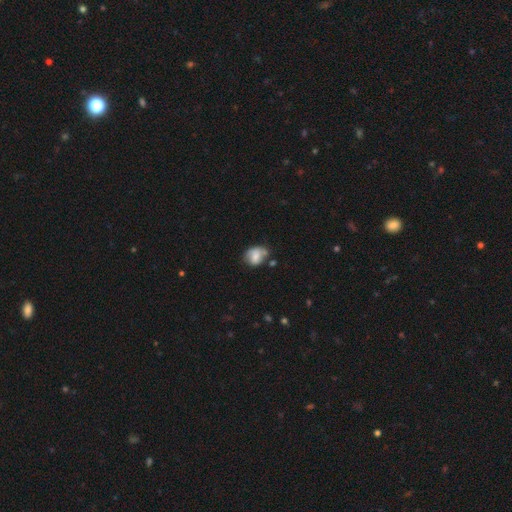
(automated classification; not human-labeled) A smooth galaxy with no disk features (66%) that is in between round and cigar-shaped (55%).

Vote fractions:
- Smooth or featured? smooth: 66% / featured or disk: 25% / star or artifact: 9%
- How rounded? in between: 55% / round: 44% / cigar-shaped: 1%
- Merging? none: 46% / minor disturbance: 32% / merger: 12% / major disturbance: 10%